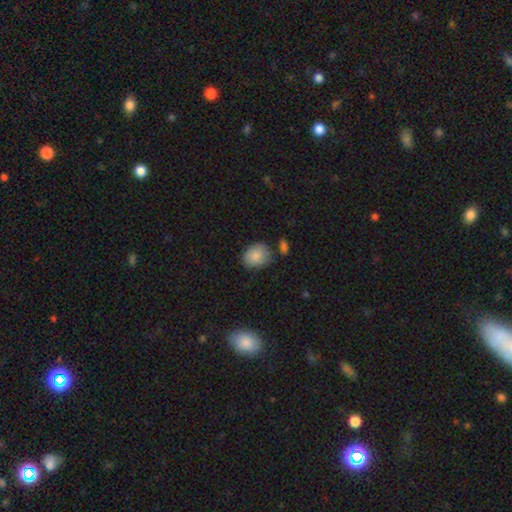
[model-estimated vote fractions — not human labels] smooth_or_featured: smooth (p=0.85) [alt: star or artifact p=0.07]
how_rounded: in between (p=0.56) [alt: round p=0.43]
merging: none (p=0.68) [alt: minor disturbance p=0.21]